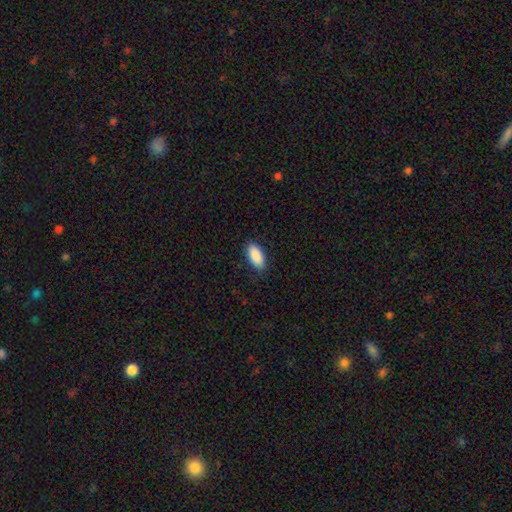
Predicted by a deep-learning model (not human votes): smooth 91%, star or artifact 6%, featured or disk 3%. Down the decision tree: how rounded — in between (92%); merging — none (87%).